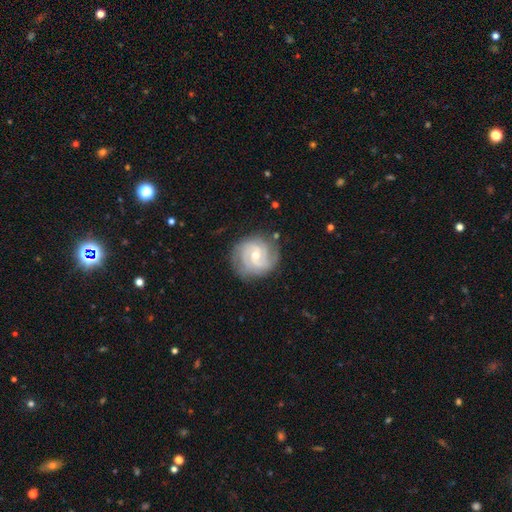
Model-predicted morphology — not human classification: Smooth or featured?
  - featured or disk: 85% *
  - smooth: 10%
  - star or artifact: 5%
Edge-on disk?
  - no: 98% *
  - yes: 2%
Bar?
  - no: 46% *
  - weak: 45%
  - strong: 9%
Spiral arms?
  - yes: 96% *
  - no: 4%
Spiral winding?
  - tight: 59% *
  - medium: 34%
  - loose: 7%
Spiral arm count?
  - 2: 40% *
  - 3: 29%
  - can't tell: 17%
  - 4: 6%
  - 1: 4%
  - more than 4: 4%
Bulge size?
  - moderate: 57% *
  - small: 39%
  - large: 2%
  - none: 1%
  - dominant: 1%
Merging?
  - none: 79% *
  - minor disturbance: 15%
  - major disturbance: 5%
  - merger: 1%